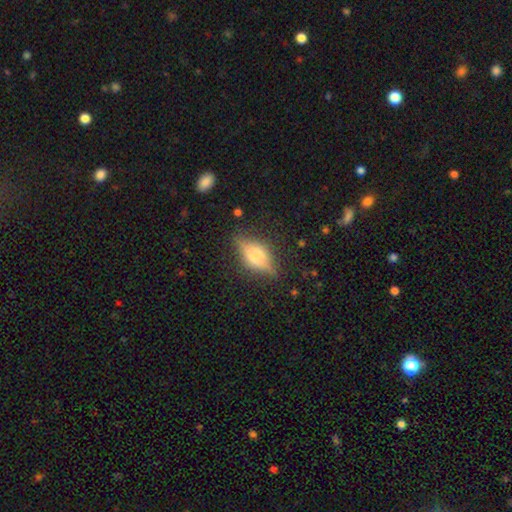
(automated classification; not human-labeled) Smooth or featured? Predicted: featured or disk (p=0.54). Edge-on disk? Predicted: yes (p=0.85). Merging? Predicted: none (p=0.70).